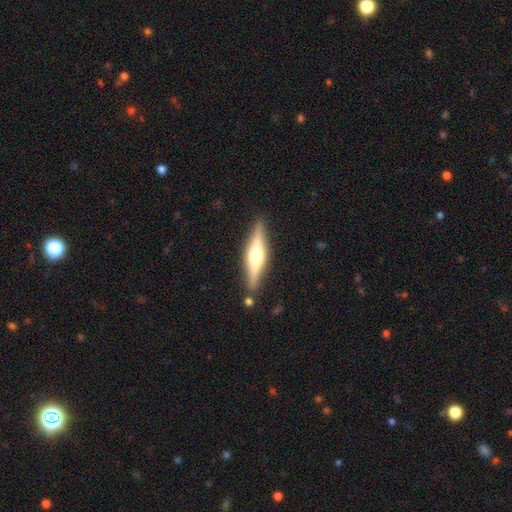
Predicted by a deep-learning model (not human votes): Q: Smooth or featured?
A: featured or disk (68%); runner-up: smooth (26%)
Q: Edge-on disk?
A: yes (96%); runner-up: no (4%)
Q: Edge-on bulge?
A: rounded (91%); runner-up: boxy (7%)
Q: Merging?
A: none (85%); runner-up: minor disturbance (10%)